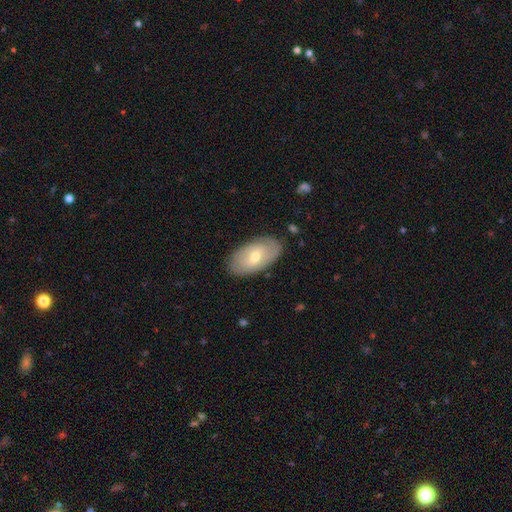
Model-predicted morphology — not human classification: The model was most divided on "smooth or featured": smooth: 48%, featured or disk: 46%, star or artifact: 6%. More confident: merging — none (83%).